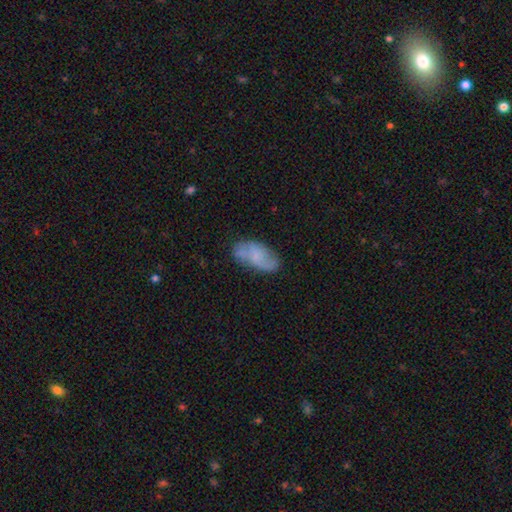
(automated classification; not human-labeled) smooth-or-featured: featured or disk: 47% | smooth: 45% | star or artifact: 8%
  merging: none: 64% | minor disturbance: 24% | major disturbance: 8% | merger: 3%